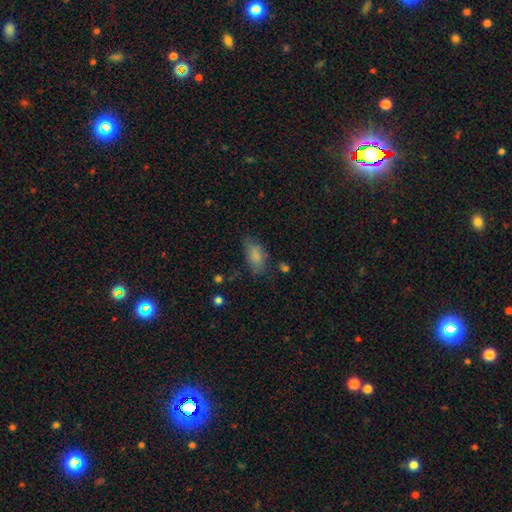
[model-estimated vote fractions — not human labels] Morphology: type=smooth (80%); roundness=in between (89%); merging=none (60%).